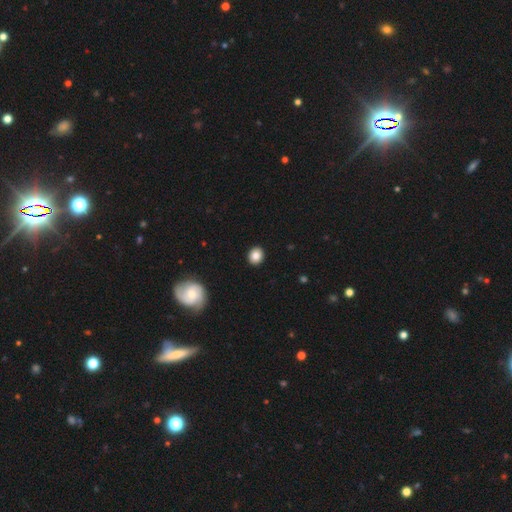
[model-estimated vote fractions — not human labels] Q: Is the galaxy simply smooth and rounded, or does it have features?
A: smooth — 85%.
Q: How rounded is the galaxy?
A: round — 75%.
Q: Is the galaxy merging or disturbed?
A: none — 92%.